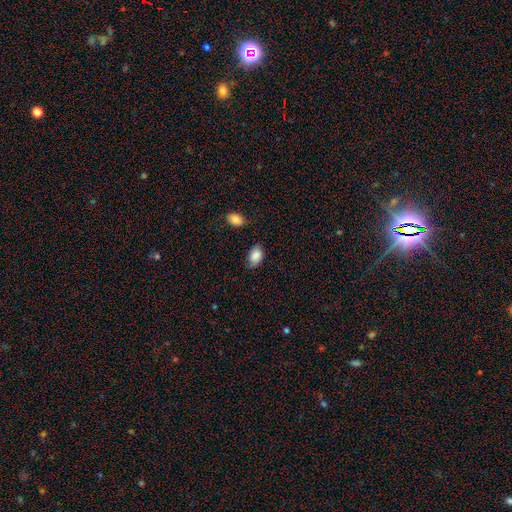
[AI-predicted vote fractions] Smooth or featured? Predicted: smooth (p=0.85). How rounded? Predicted: in between (p=0.86). Merging? Predicted: none (p=0.67).